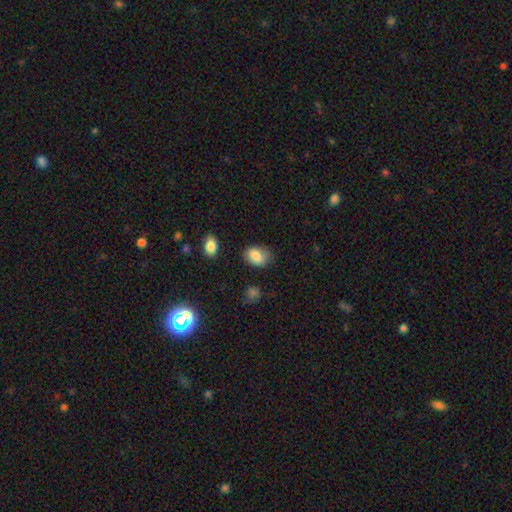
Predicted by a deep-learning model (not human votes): Smooth or featured? Predicted: smooth (p=0.84). How rounded? Predicted: in between (p=0.78). Merging? Predicted: none (p=0.73).